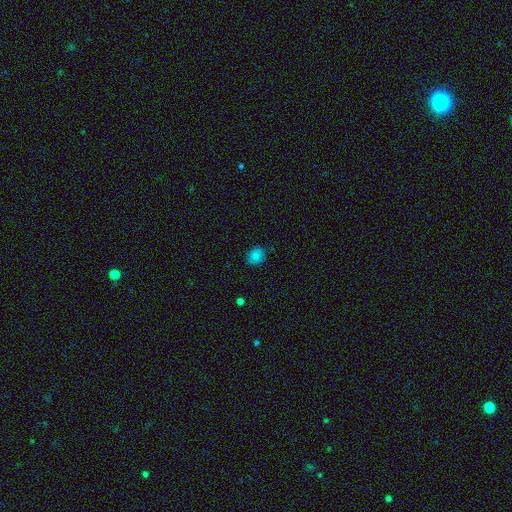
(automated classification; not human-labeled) smooth_or_featured: smooth (p=0.84) [alt: star or artifact p=0.11]
how_rounded: round (p=0.65) [alt: in between p=0.34]
merging: none (p=0.84) [alt: minor disturbance p=0.12]